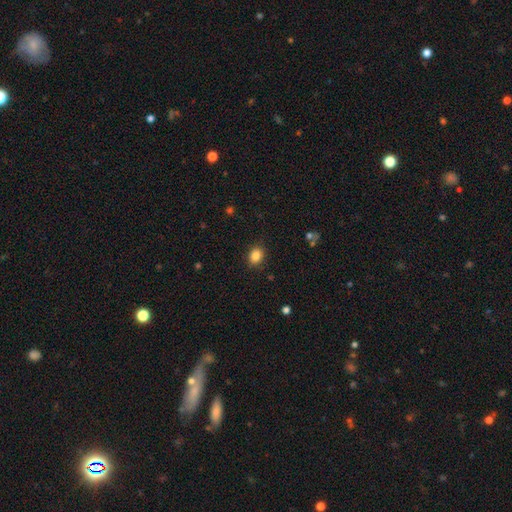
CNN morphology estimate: A smooth galaxy with no disk features (86%) that is in between round and cigar-shaped (50%).

Vote fractions:
- Smooth or featured? smooth: 86% / star or artifact: 10% / featured or disk: 4%
- How rounded? in between: 50% / round: 49% / cigar-shaped: 1%
- Merging? none: 88% / minor disturbance: 9% / major disturbance: 2% / merger: 1%